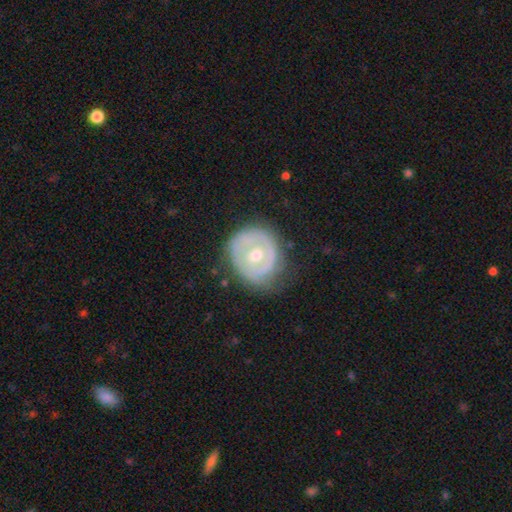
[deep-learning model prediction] smooth_or_featured: featured or disk (p=0.61) [alt: smooth p=0.33]
disk_edge_on: no (p=0.96) [alt: yes p=0.04]
bar: no (p=0.75) [alt: weak p=0.19]
has_spiral_arms: no (p=0.67) [alt: yes p=0.33]
bulge_size: moderate (p=0.70) [alt: small p=0.25]
merging: none (p=0.64) [alt: minor disturbance p=0.26]